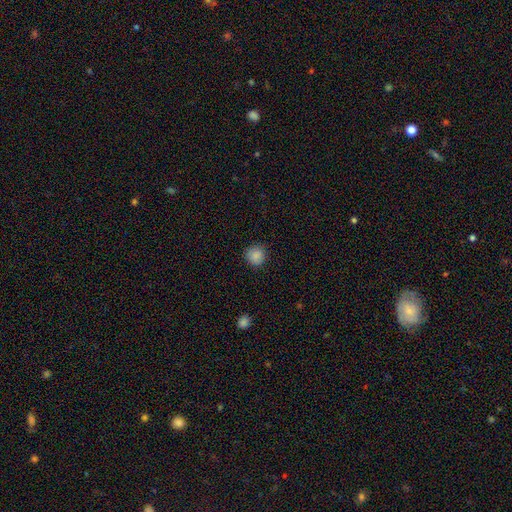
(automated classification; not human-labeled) Smooth or featured? smooth (87%)
How rounded? round (92%)
Merging? none (89%)